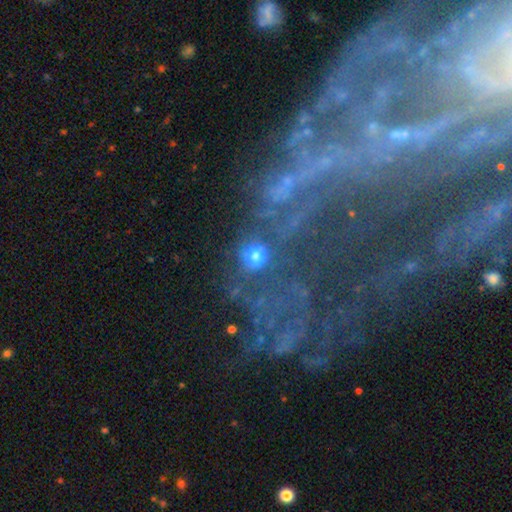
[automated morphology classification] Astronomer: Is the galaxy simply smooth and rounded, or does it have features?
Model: featured or disk — 38% (runner-up: smooth, 33%).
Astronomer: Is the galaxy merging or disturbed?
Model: none — 44% (runner-up: major disturbance, 23%).